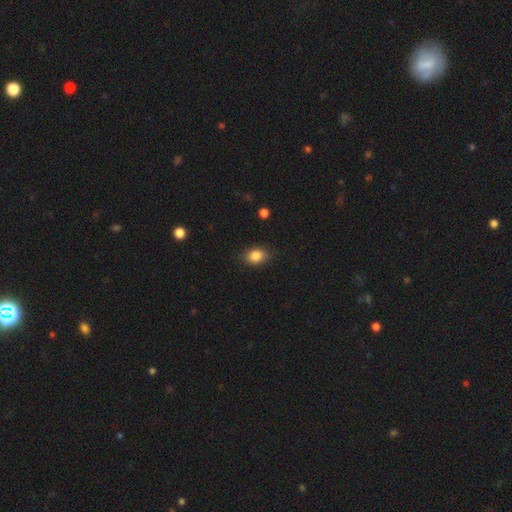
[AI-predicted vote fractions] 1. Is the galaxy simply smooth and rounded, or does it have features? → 85% smooth, 9% star or artifact, 6% featured or disk.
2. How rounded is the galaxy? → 65% in between, 34% round, 1% cigar-shaped.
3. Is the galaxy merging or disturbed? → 84% none, 12% minor disturbance, 3% major disturbance, 1% merger.